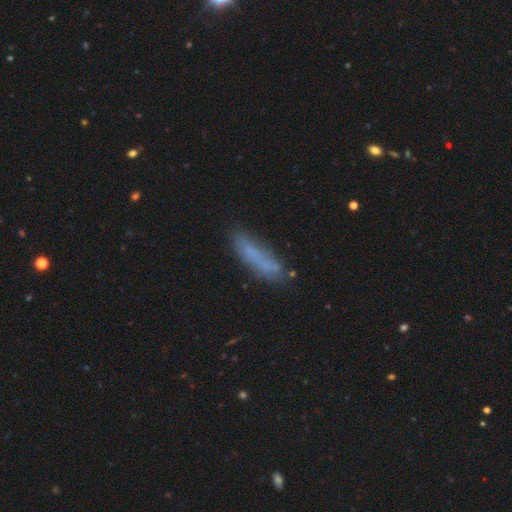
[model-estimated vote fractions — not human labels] The model was most divided on "smooth or featured": smooth: 63%, featured or disk: 26%, star or artifact: 12%. More confident: how rounded — cigar-shaped (73%); merging — none (63%).